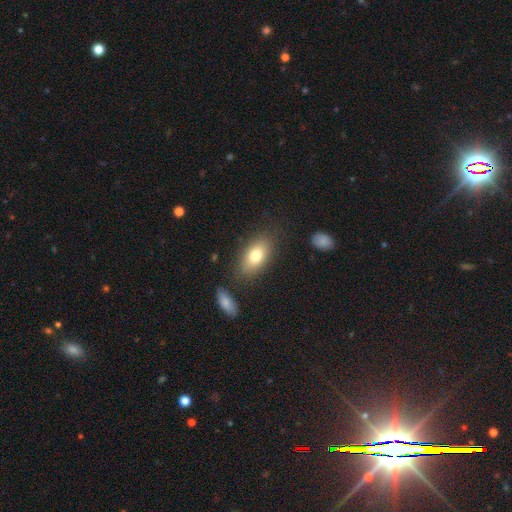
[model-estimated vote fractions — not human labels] Smooth or featured? smooth (77%)
How rounded? in between (90%)
Merging? none (79%)